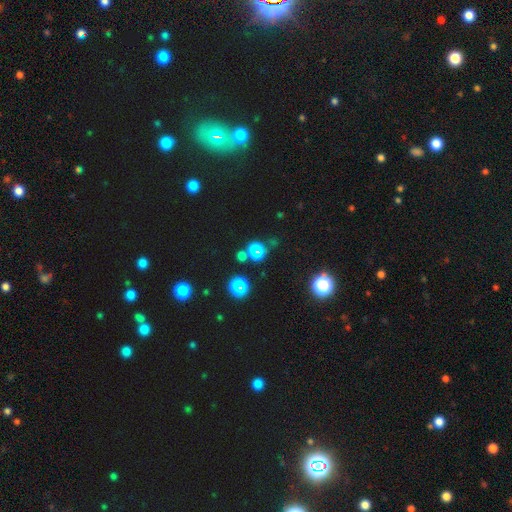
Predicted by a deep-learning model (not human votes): This appears to be a smooth galaxy with no disk features (60%) that is round (86%). Merging: none (69%).